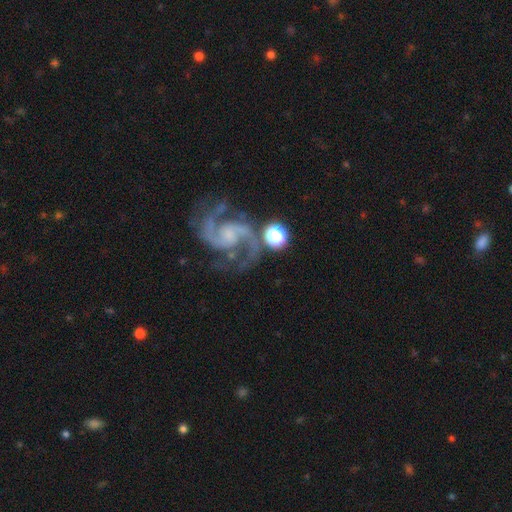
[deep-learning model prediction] Smooth or featured: featured or disk — 86% (star or artifact — 9%)
Edge-on disk: no — 98% (yes — 2%)
Bar: weak — 48% (no — 34%)
Spiral arms: yes — 97% (no — 3%)
Spiral winding: medium — 56% (tight — 24%)
Spiral arm count: 2 — 78% (3 — 7%)
Bulge size: small — 63% (moderate — 24%)
Merging: none — 59% (merger — 15%)